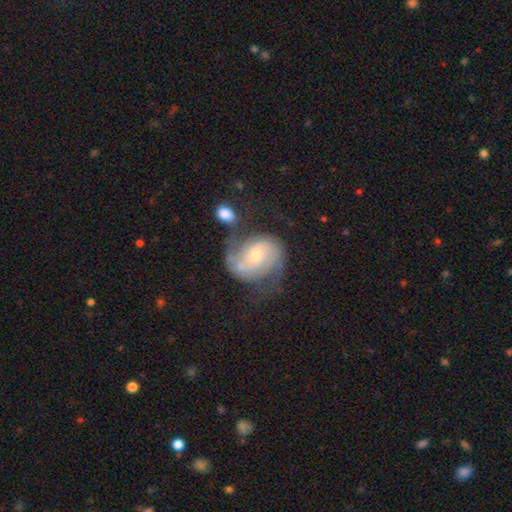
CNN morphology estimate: Overall: featured or disk (83%). Edge-on disk: no (98%). Bar: no (62%; weak 31%). Spiral arms: yes (95%). Spiral arm count: 2 (86%). Spiral winding: medium (48%; tight 29%). Bulge size: small (51%; moderate 43%). Merging: none (53%; minor disturbance 20%).